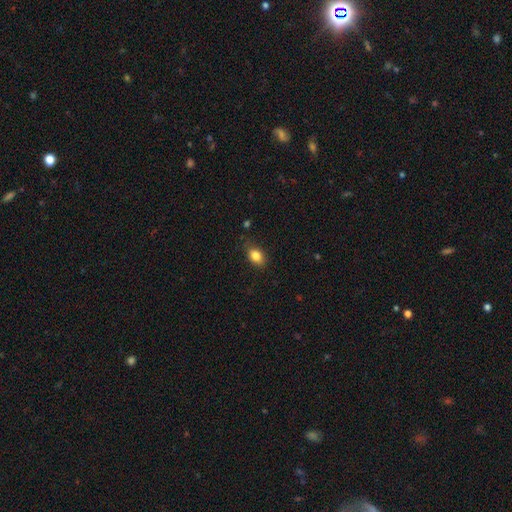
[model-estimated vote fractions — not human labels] Smooth or featured: smooth — 83% (star or artifact — 9%)
How rounded: in between — 77% (round — 22%)
Merging: none — 78% (minor disturbance — 17%)